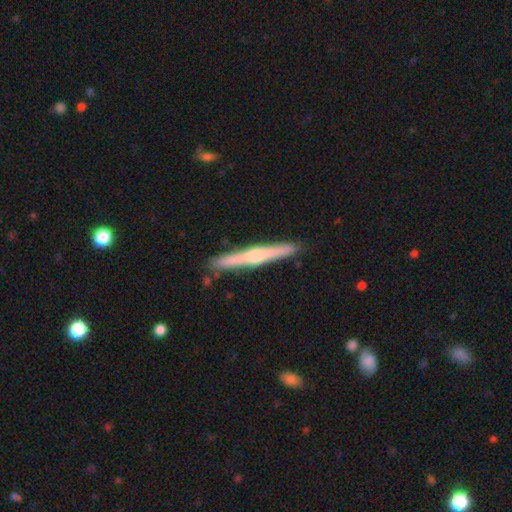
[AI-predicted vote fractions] Smooth or featured? featured or disk (68%)
Edge-on disk? yes (98%)
Edge-on bulge? rounded (81%)
Merging? none (90%)